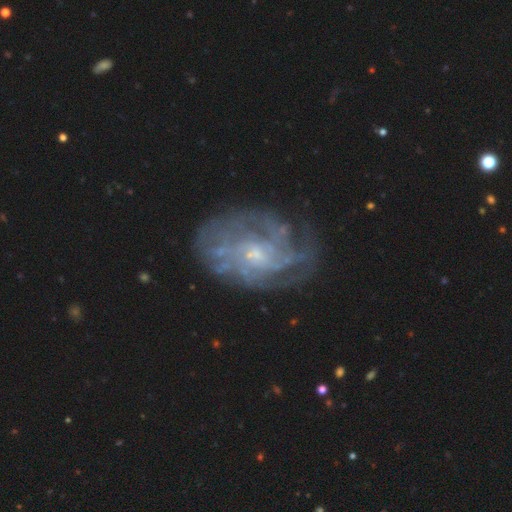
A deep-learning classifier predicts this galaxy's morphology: This appears to be a featured or disk galaxy (81%) with no bar (68%), tight (54%) spiral arms (88%) and a small central bulge (60%). Merging: none (68%).